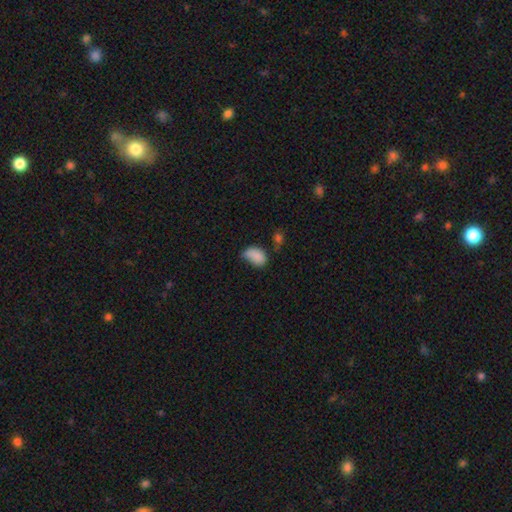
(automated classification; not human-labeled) Smooth or featured: smooth — 83% (star or artifact — 9%)
How rounded: in between — 88% (round — 11%)
Merging: minor disturbance — 38% (none — 36%)